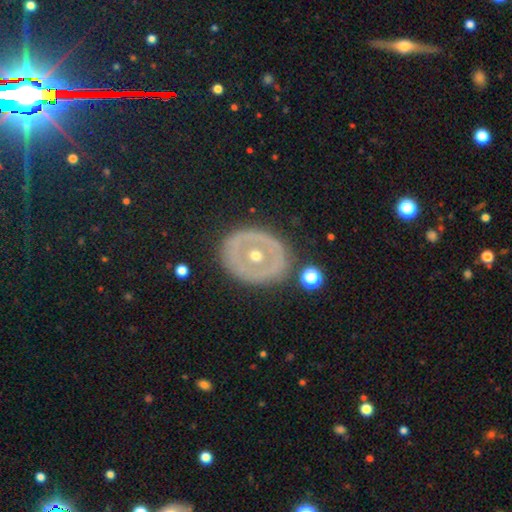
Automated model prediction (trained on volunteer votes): featured or disk 62%, smooth 29%, star or artifact 8%. Down the decision tree: edge-on disk — no (93%); bar — no (82%); spiral arms — no (90%); bulge size — moderate (60%); merging — none (82%).